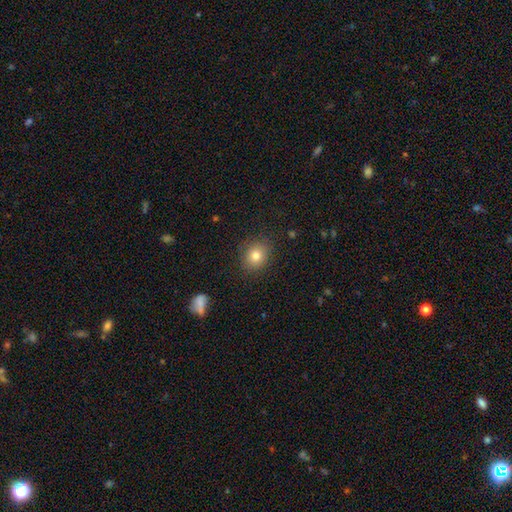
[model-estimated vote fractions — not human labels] The model was most divided on "how rounded": round: 65%, in between: 34%, cigar-shaped: 1%. More confident: merging — none (86%); smooth or featured — smooth (80%).